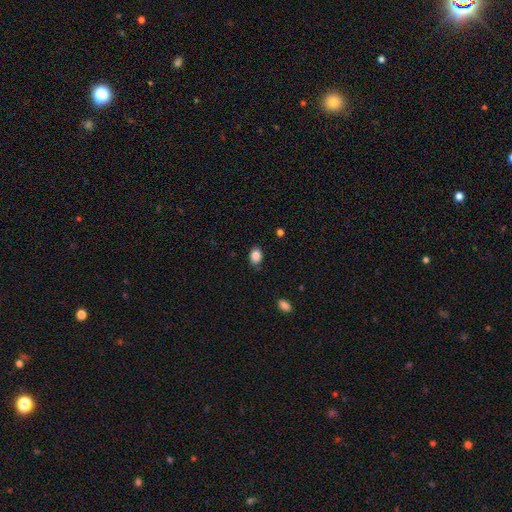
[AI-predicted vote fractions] Overall: smooth (87%). How rounded: in between (72%). Merging: none (81%).